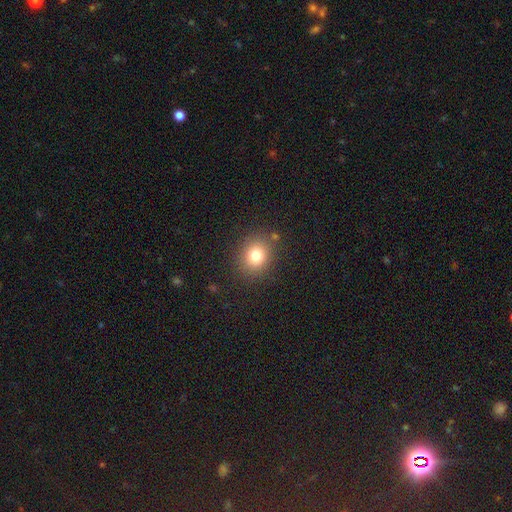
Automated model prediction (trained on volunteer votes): Smooth or featured? Predicted: smooth (p=0.79). How rounded? Predicted: round (p=0.68). Merging? Predicted: none (p=0.85).